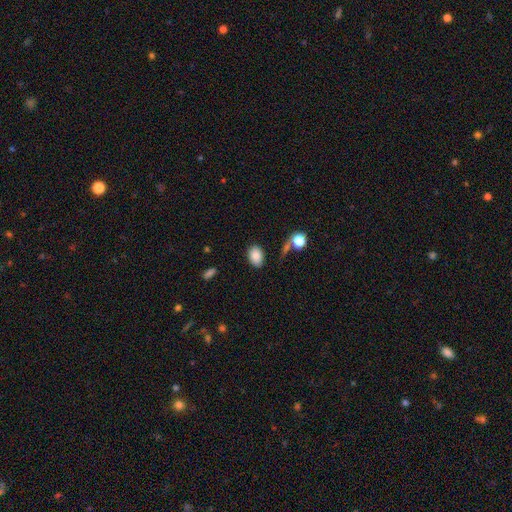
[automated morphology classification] Smooth or featured? smooth (85%)
How rounded? in between (79%)
Merging? none (78%)